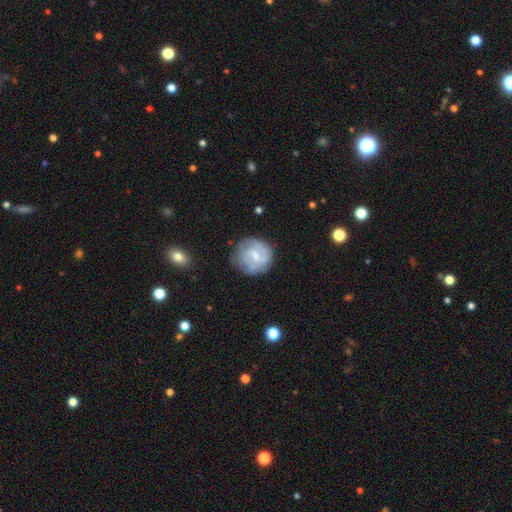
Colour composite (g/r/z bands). It shows a featured or disk galaxy (76%) with a weak bar (64%), 2 (80%) tight (44%) spiral arms (89%) and a small central bulge (61%). Merging: none (74%).